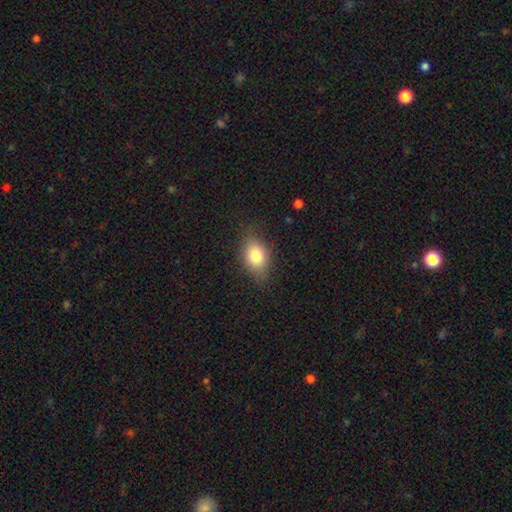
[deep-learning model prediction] Smooth or featured? Predicted: smooth (p=0.79). How rounded? Predicted: in between (p=0.75). Merging? Predicted: none (p=0.76).